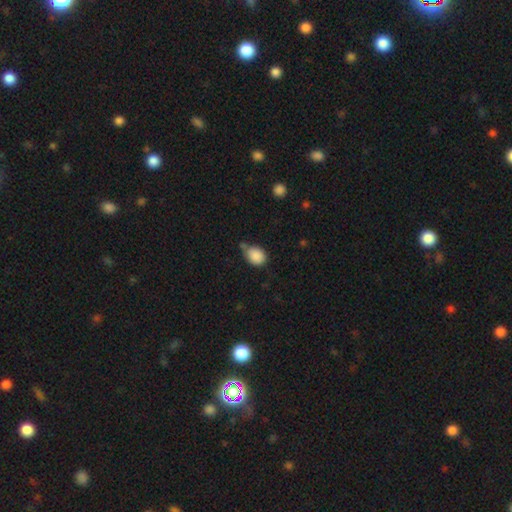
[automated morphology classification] smooth-or-featured: smooth: 88% | star or artifact: 8% | featured or disk: 4%
  how-rounded: in between: 52% | round: 46% | cigar-shaped: 1%
  merging: none: 51% | minor disturbance: 30% | merger: 12% | major disturbance: 7%